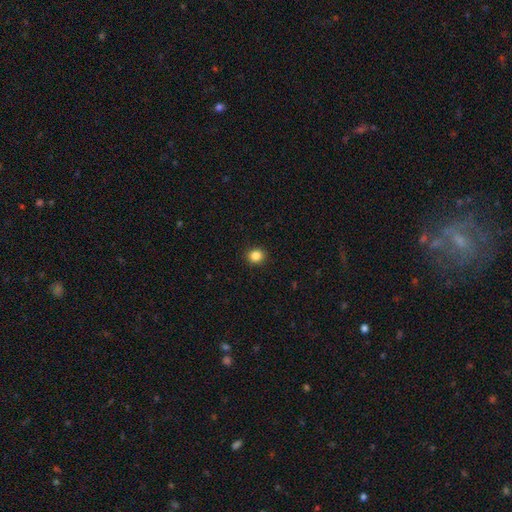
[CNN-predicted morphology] This appears to be a smooth galaxy with no disk features (85%) that is round (84%). Merging: none (92%).